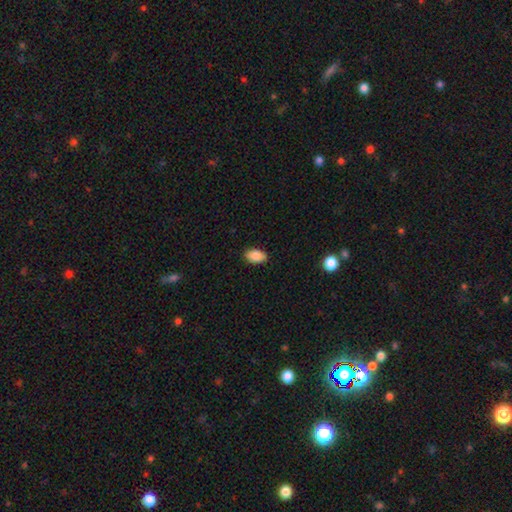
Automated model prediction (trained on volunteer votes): Q: Smooth or featured?
A: smooth (86%); runner-up: star or artifact (8%)
Q: How rounded?
A: in between (92%); runner-up: round (7%)
Q: Merging?
A: none (88%); runner-up: minor disturbance (9%)